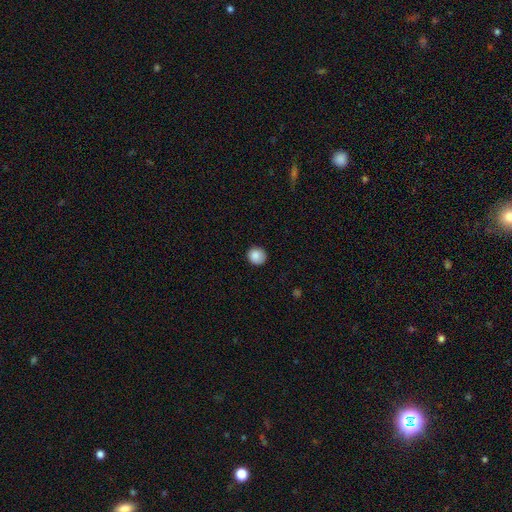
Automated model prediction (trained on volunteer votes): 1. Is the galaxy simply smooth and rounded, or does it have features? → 87% smooth, 9% star or artifact, 4% featured or disk.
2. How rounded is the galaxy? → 92% round, 8% in between, 1% cigar-shaped.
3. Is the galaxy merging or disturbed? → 88% none, 9% minor disturbance, 2% major disturbance, 1% merger.